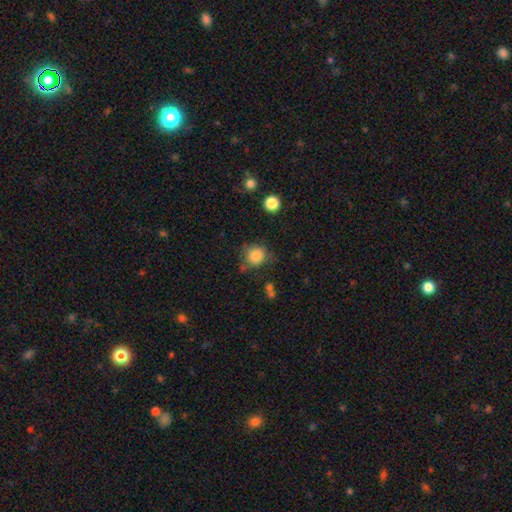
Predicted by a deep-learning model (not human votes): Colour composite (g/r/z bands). It shows a smooth galaxy with no disk features (84%) that is round (86%). Merging: none (71%).